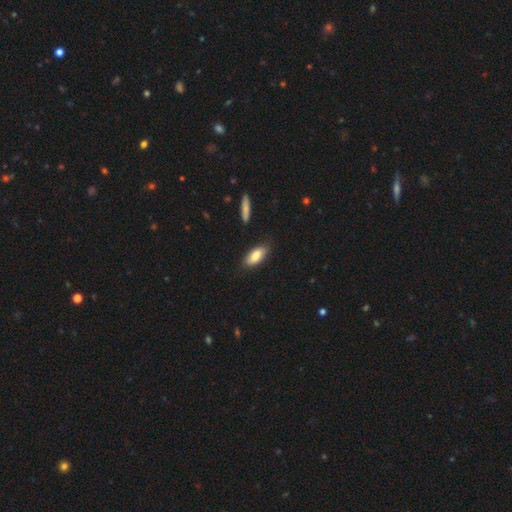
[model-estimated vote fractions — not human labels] Smooth or featured? smooth (84%)
How rounded? in between (85%)
Merging? none (82%)